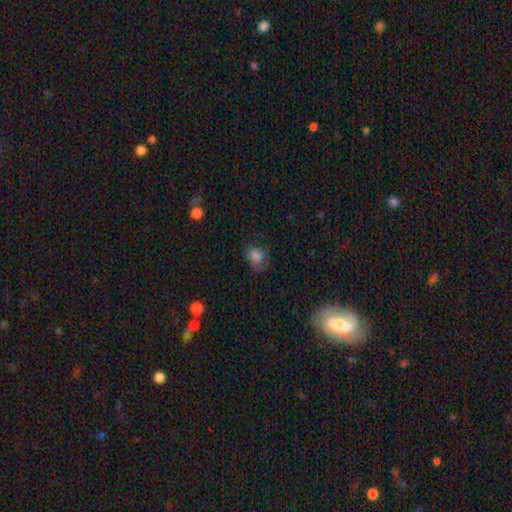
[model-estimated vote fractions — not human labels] The model was most divided on "how rounded": round: 54%, in between: 45%, cigar-shaped: 1%. More confident: smooth or featured — smooth (80%); merging — none (58%).